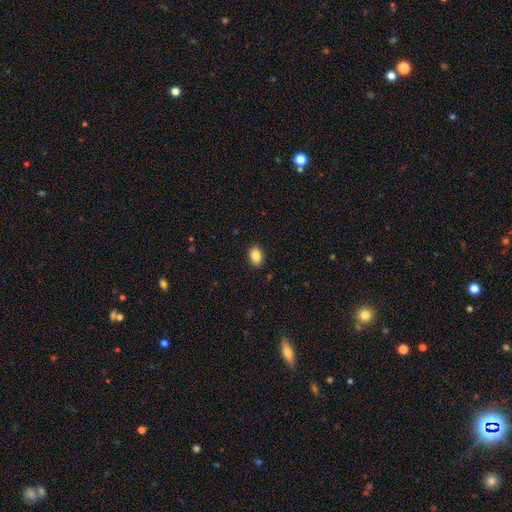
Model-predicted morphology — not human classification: Overall: smooth (85%). How rounded: in between (77%). Merging: none (89%).